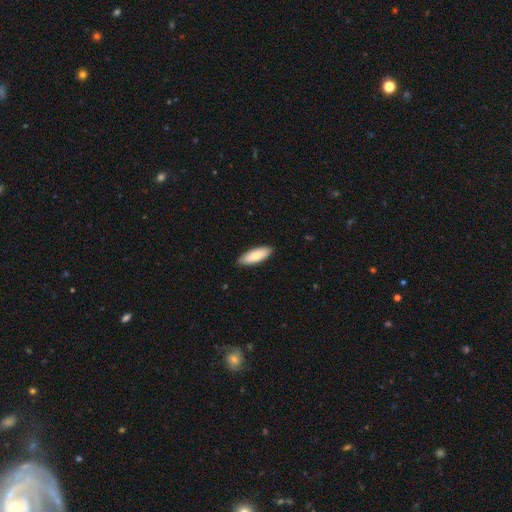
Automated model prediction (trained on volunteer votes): A smooth galaxy with no disk features (82%) that is in between round and cigar-shaped (58%). Merging: none (89%).